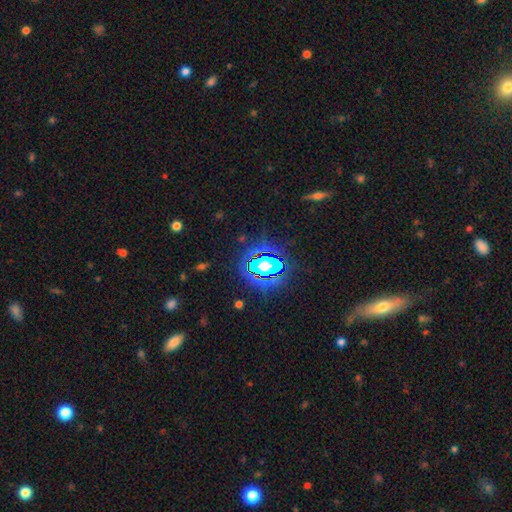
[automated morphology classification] Q: Smooth or featured?
A: star or artifact (71%); runner-up: smooth (17%)